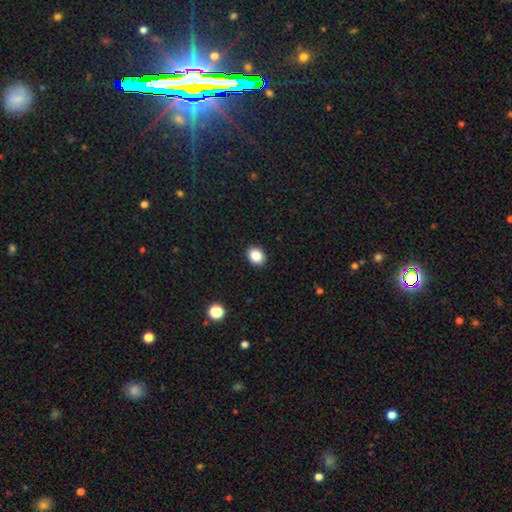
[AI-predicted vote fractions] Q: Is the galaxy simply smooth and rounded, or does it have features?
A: smooth — 86%.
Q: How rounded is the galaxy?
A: round — 53%.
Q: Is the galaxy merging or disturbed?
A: none — 91%.